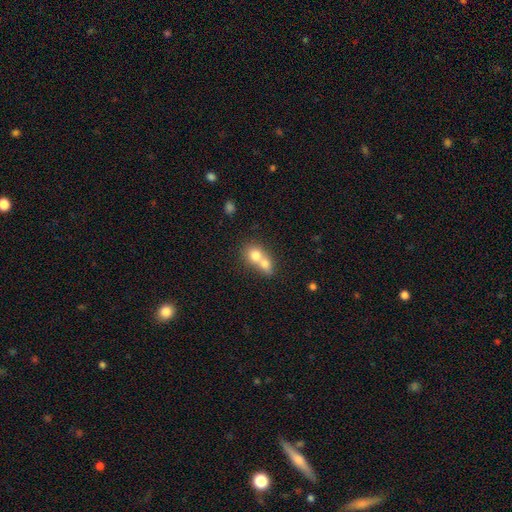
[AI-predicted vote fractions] The model was most divided on "how rounded": round: 62%, in between: 36%, cigar-shaped: 2%. More confident: merging — merger (73%); smooth or featured — smooth (73%).